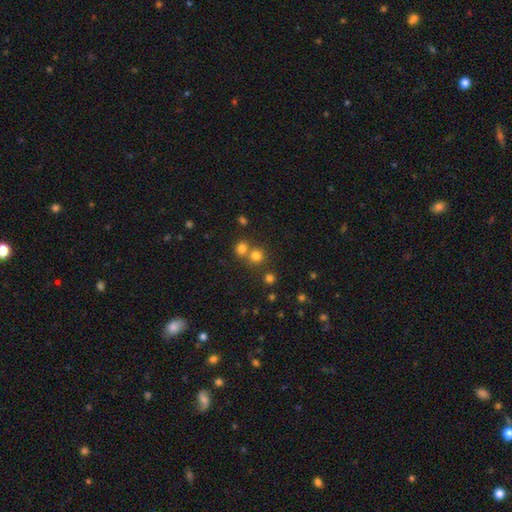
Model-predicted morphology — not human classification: A smooth galaxy with no disk features (75%) that is round (89%). Merging: none (58%).